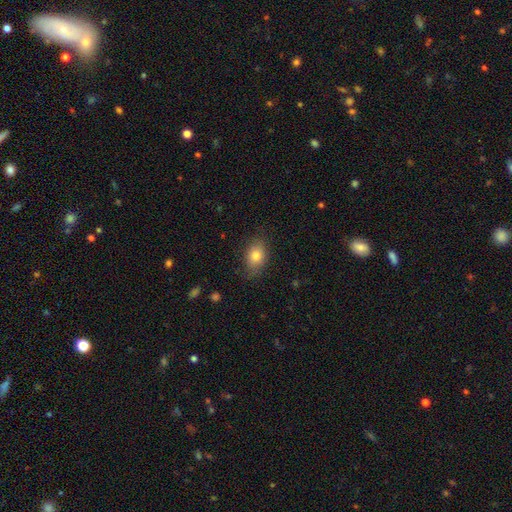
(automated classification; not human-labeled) smooth_or_featured: smooth (p=0.80) [alt: featured or disk p=0.11]
how_rounded: in between (p=0.75) [alt: round p=0.23]
merging: none (p=0.75) [alt: minor disturbance p=0.19]